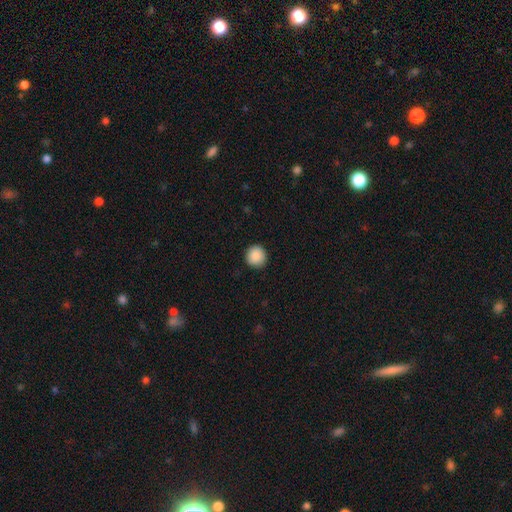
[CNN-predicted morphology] type=smooth (88%); roundness=round (94%); merging=none (92%).